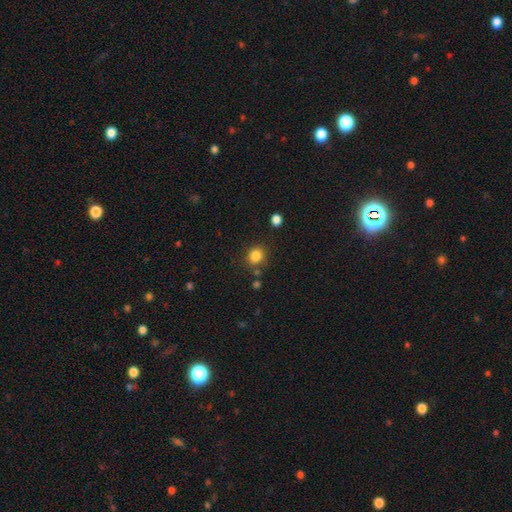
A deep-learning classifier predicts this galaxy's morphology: Overall: smooth (84%). How rounded: round (73%). Merging: none (80%).